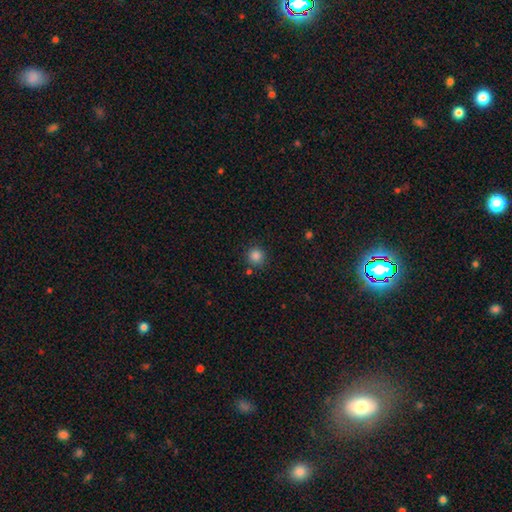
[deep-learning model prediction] smooth 85%, star or artifact 11%, featured or disk 3%. Down the decision tree: how rounded — round (94%); merging — none (84%).